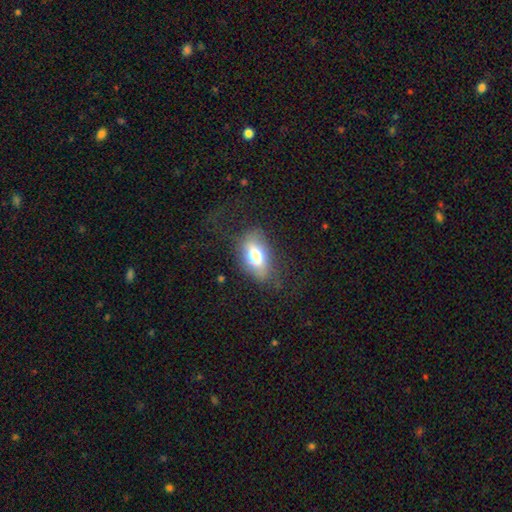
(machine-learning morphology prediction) This appears to be a smooth galaxy with no disk features (65%) that is in between round and cigar-shaped (86%). Merging: none (65%).